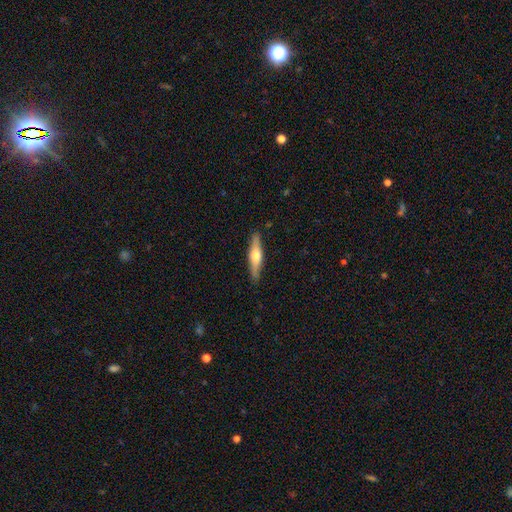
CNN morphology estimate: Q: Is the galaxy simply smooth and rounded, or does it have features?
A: featured or disk — 55%.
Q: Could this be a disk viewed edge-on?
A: yes — 95%.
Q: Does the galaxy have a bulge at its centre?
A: rounded — 92%.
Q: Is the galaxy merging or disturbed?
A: none — 89%.